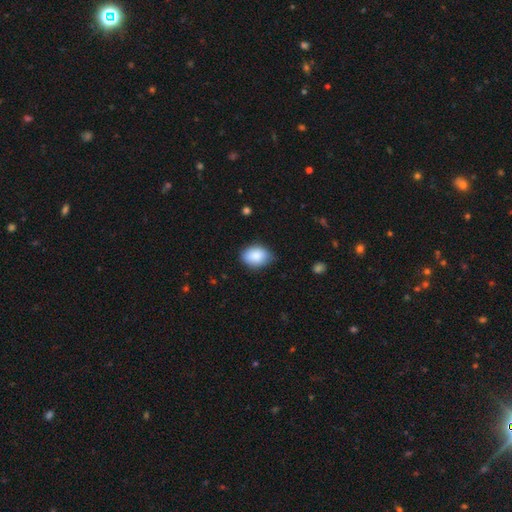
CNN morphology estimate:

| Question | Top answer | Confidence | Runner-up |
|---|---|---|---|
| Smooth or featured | smooth | 88% | star or artifact (7%) |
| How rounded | in between | 76% | round (22%) |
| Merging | none | 73% | minor disturbance (22%) |